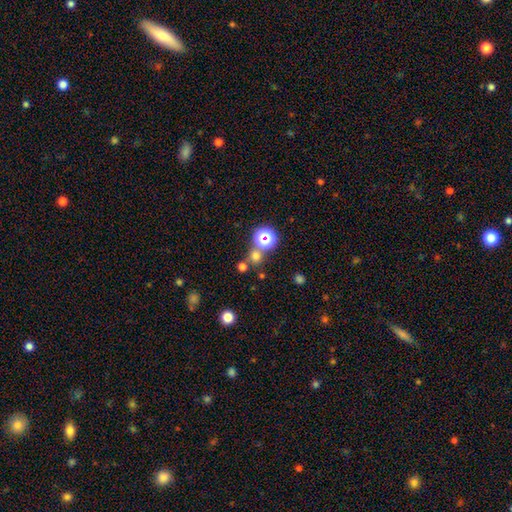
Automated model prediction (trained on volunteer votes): smooth_or_featured: smooth (p=0.63) [alt: star or artifact p=0.30]
how_rounded: round (p=0.91) [alt: in between p=0.08]
merging: none (p=0.70) [alt: merger p=0.20]